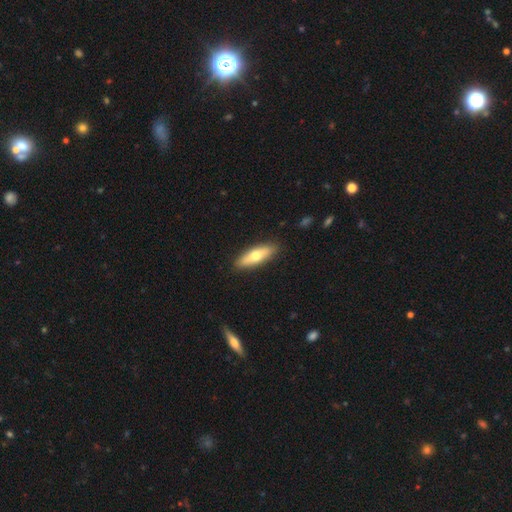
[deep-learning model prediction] Smooth or featured: smooth — 65% (featured or disk — 30%)
How rounded: in between — 51% (cigar-shaped — 47%)
Merging: none — 88% (minor disturbance — 9%)